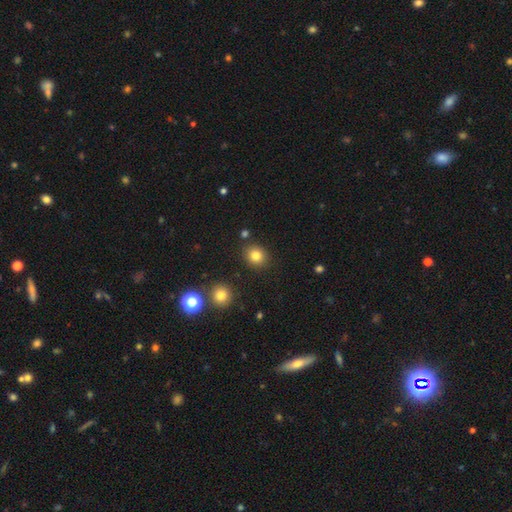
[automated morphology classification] This appears to be a smooth galaxy with no disk features (82%) that is round (77%). Merging: none (87%).